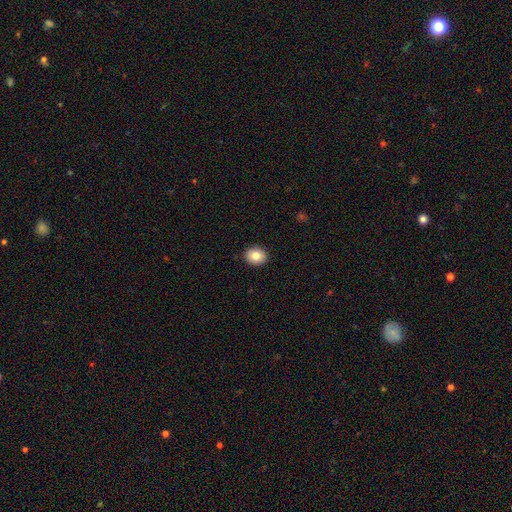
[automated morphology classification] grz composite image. It shows a smooth galaxy with no disk features (83%) that is round (61%). Merging: none (91%).